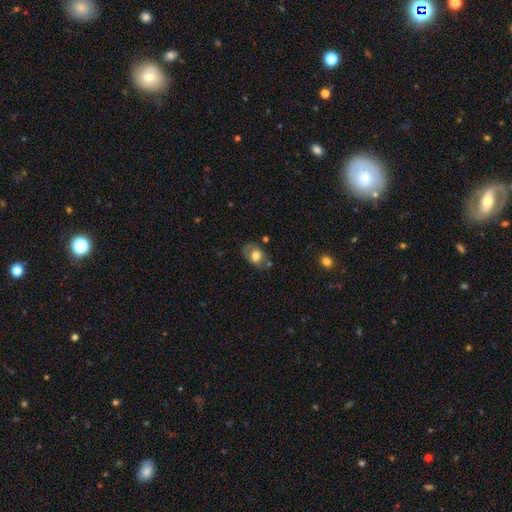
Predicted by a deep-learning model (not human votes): The model was most divided on "smooth or featured": smooth: 60%, featured or disk: 32%, star or artifact: 8%. More confident: how rounded — in between (72%); merging — none (59%).